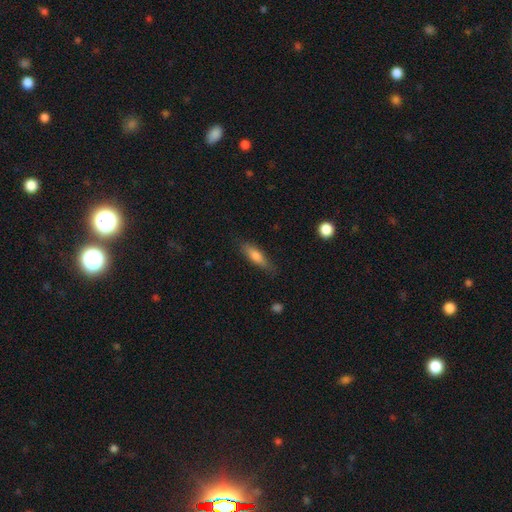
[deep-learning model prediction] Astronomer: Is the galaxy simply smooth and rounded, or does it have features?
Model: smooth — 69%.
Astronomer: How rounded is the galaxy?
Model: cigar-shaped — 60% (runner-up: in between, 38%).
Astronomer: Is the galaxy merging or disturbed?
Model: none — 77%.